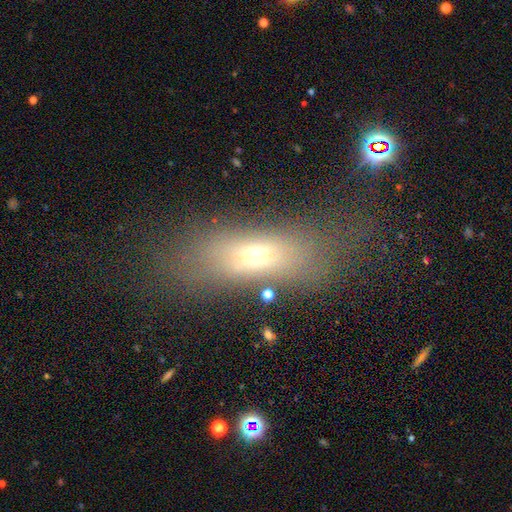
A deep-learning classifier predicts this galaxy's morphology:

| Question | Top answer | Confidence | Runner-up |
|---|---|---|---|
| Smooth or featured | smooth | 58% | featured or disk (25%) |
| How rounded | in between | 64% | cigar-shaped (26%) |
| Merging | none | 58% | major disturbance (19%) |